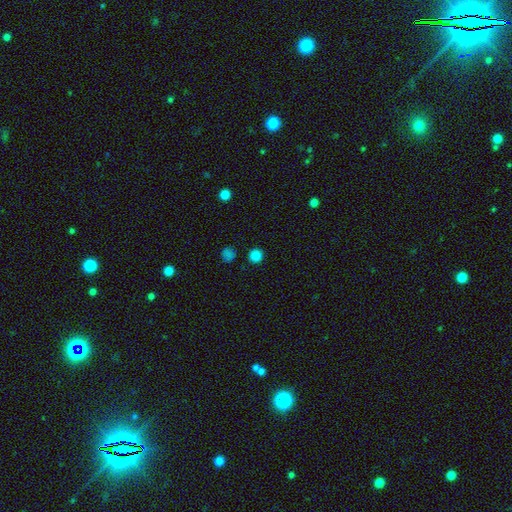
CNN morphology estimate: Q: Smooth or featured?
A: smooth (83%); runner-up: star or artifact (14%)
Q: How rounded?
A: round (94%); runner-up: in between (5%)
Q: Merging?
A: none (90%); runner-up: minor disturbance (5%)